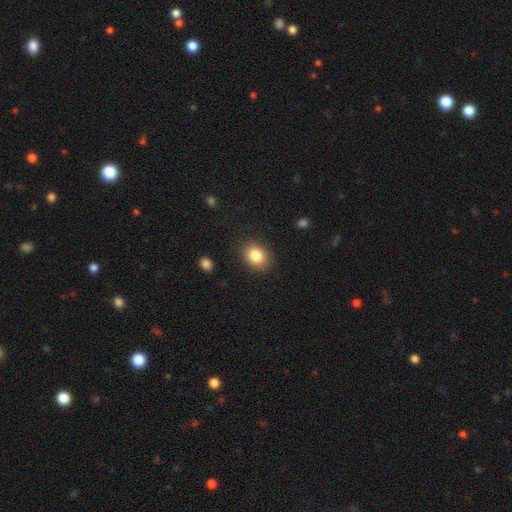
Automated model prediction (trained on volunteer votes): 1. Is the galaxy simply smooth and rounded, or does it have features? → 84% smooth, 9% star or artifact, 7% featured or disk.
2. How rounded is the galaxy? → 59% in between, 40% round, 1% cigar-shaped.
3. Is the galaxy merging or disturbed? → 87% none, 9% minor disturbance, 3% major disturbance, 1% merger.